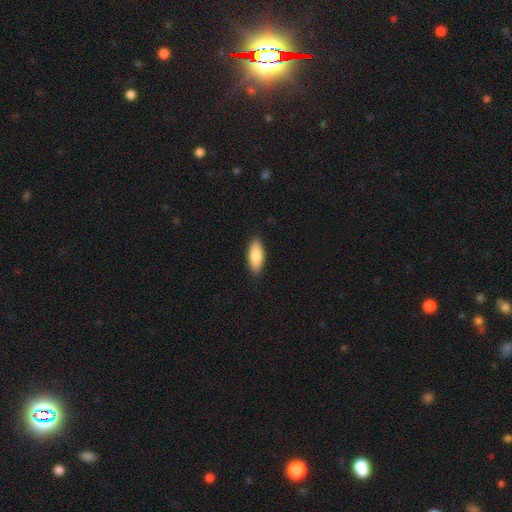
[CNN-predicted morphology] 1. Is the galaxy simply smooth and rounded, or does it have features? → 83% smooth, 11% featured or disk, 6% star or artifact.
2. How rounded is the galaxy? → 73% in between, 25% cigar-shaped, 2% round.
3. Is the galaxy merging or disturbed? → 89% none, 9% minor disturbance, 2% major disturbance, 1% merger.